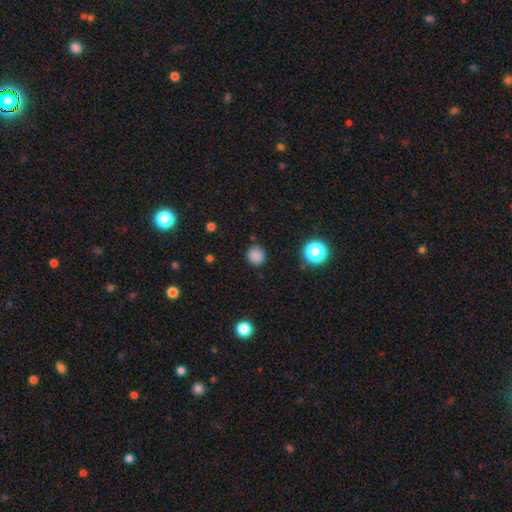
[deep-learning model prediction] Smooth or featured?
  - smooth: 83% *
  - star or artifact: 14%
  - featured or disk: 4%
How rounded?
  - round: 93% *
  - in between: 6%
  - cigar-shaped: 1%
Merging?
  - none: 86% *
  - minor disturbance: 9%
  - major disturbance: 3%
  - merger: 2%